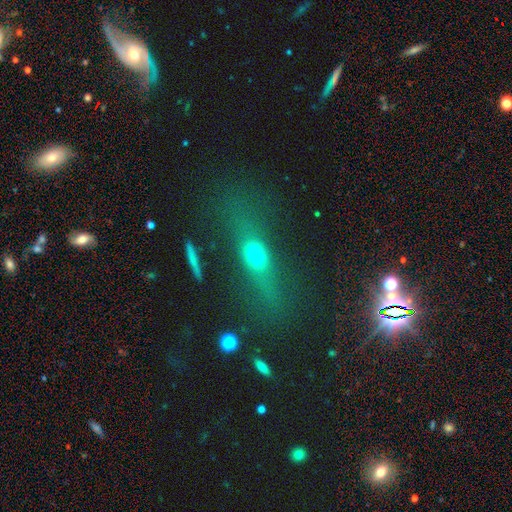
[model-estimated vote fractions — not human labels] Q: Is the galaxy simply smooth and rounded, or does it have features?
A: smooth — 48%.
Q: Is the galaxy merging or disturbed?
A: none — 35%.